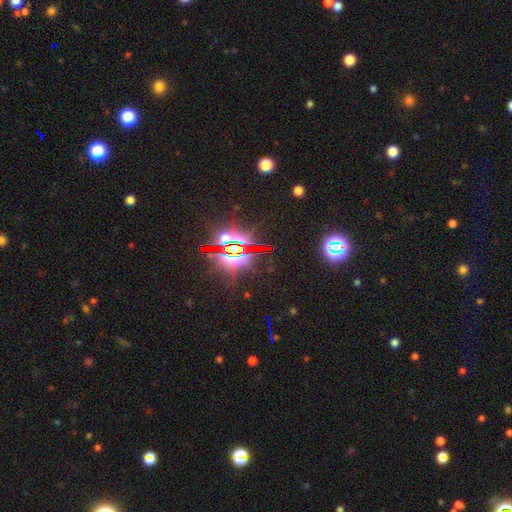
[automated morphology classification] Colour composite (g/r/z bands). It shows a star or artifact, not a galaxy (86%).